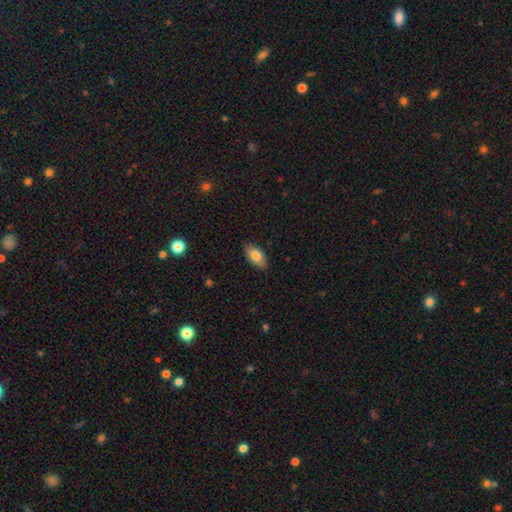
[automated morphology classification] This is clearly a smooth galaxy (81%). How rounded: clearly in between (93%). Merging: clearly none (87%).